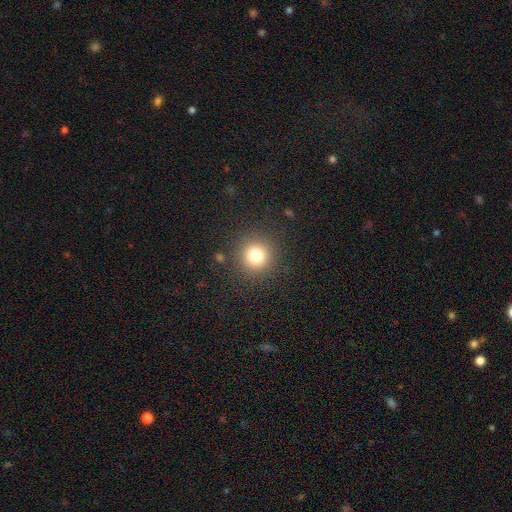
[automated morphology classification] This appears to be a smooth galaxy with no disk features (78%) that is round (95%). Merging: none (89%).